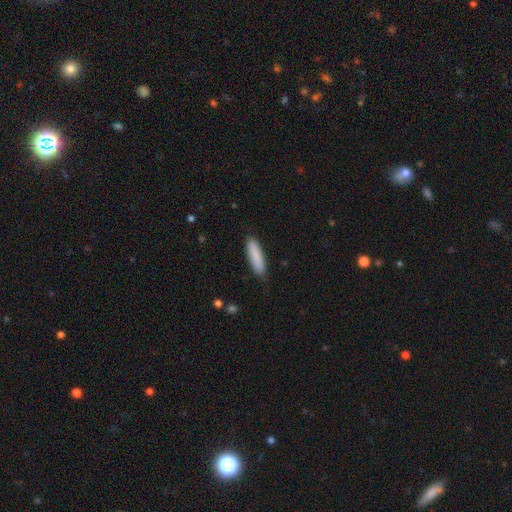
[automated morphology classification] smooth-or-featured: smooth: 87% | featured or disk: 8% | star or artifact: 6%
  how-rounded: cigar-shaped: 73% | in between: 25% | round: 1%
  merging: none: 87% | minor disturbance: 10% | major disturbance: 2% | merger: 1%